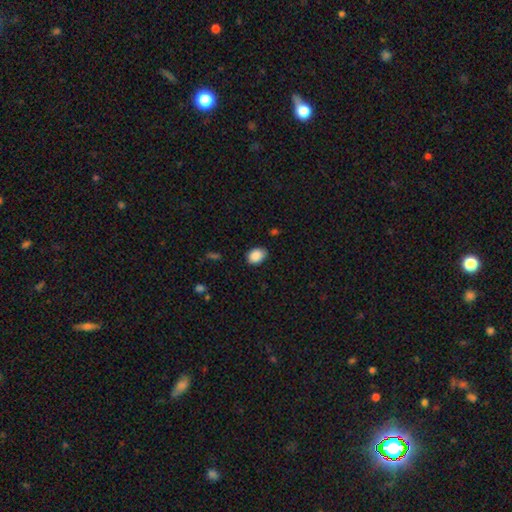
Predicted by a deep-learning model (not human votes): Smooth or featured?
  - smooth: 89% *
  - star or artifact: 8%
  - featured or disk: 4%
How rounded?
  - in between: 74% *
  - round: 25%
  - cigar-shaped: 1%
Merging?
  - none: 82% *
  - minor disturbance: 15%
  - major disturbance: 3%
  - merger: 1%